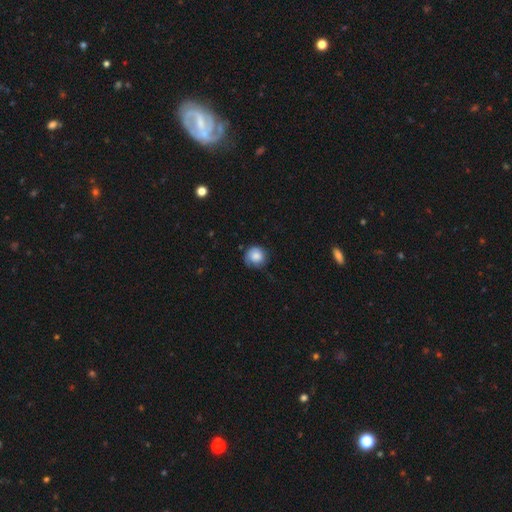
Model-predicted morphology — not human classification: smooth-or-featured: smooth: 76% | featured or disk: 17% | star or artifact: 8%
  how-rounded: round: 88% | in between: 11% | cigar-shaped: 1%
  merging: none: 60% | minor disturbance: 27% | major disturbance: 11% | merger: 1%